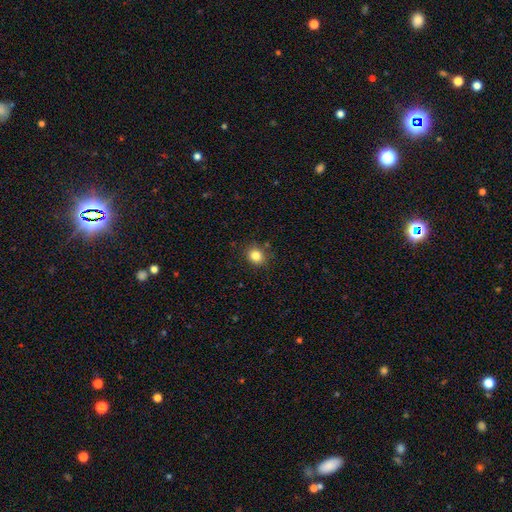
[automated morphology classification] smooth_or_featured: smooth (p=0.84) [alt: star or artifact p=0.11]
how_rounded: round (p=0.73) [alt: in between p=0.27]
merging: none (p=0.85) [alt: minor disturbance p=0.10]